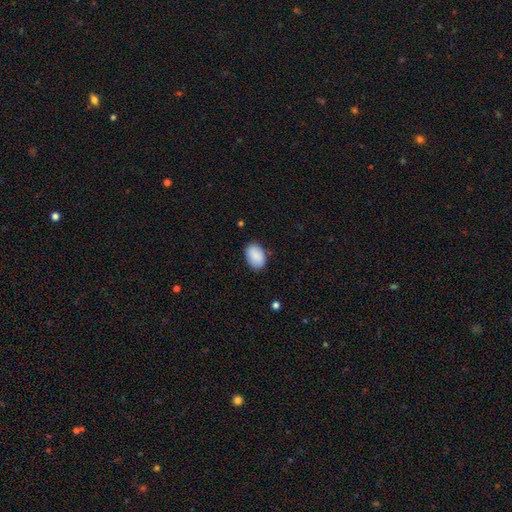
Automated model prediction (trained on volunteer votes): Overall: smooth (87%). How rounded: in between (89%). Merging: none (81%).